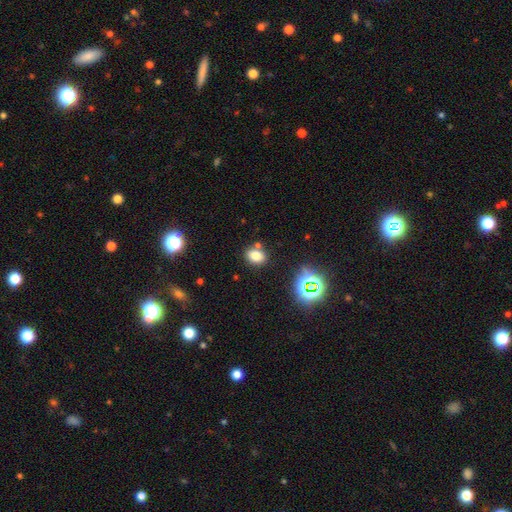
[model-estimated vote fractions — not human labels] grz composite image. It shows a smooth galaxy with no disk features (75%) that is in between round and cigar-shaped (64%). Merging: none (74%).